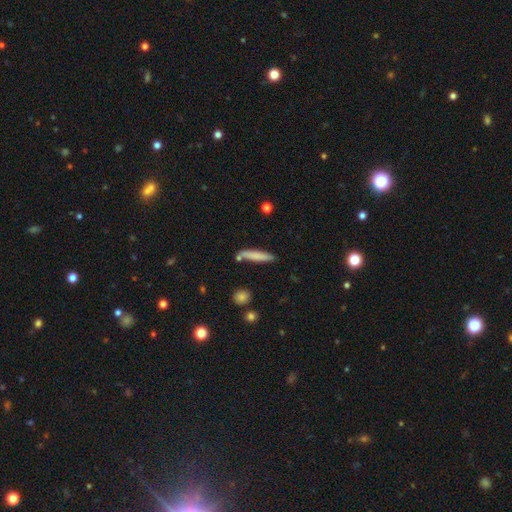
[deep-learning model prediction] smooth-or-featured: smooth: 77% | featured or disk: 17% | star or artifact: 6%
  how-rounded: cigar-shaped: 90% | in between: 9% | round: 2%
  merging: none: 78% | minor disturbance: 13% | merger: 7% | major disturbance: 3%